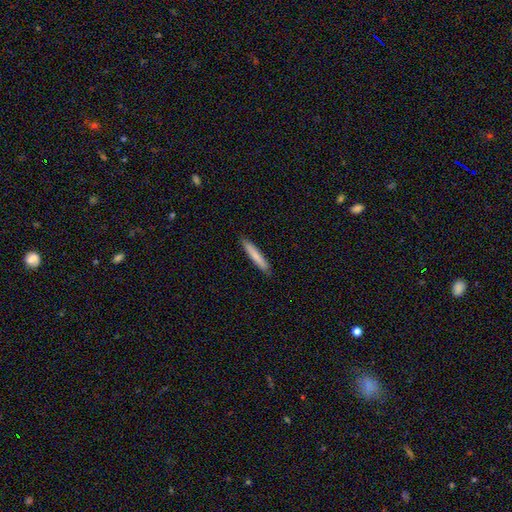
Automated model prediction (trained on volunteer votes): Morphology: type=smooth (79%); roundness=cigar-shaped (94%); merging=none (90%).